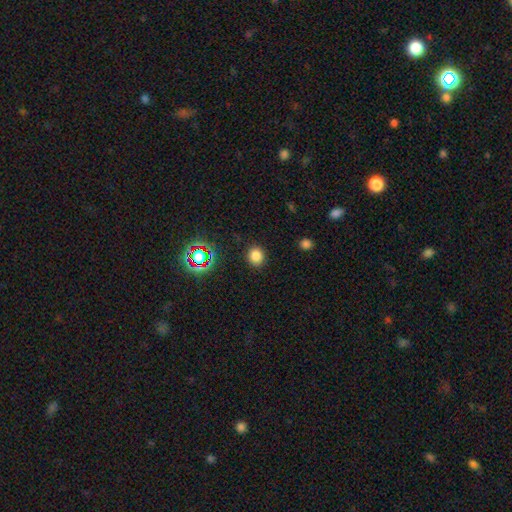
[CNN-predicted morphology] Smooth or featured? Predicted: smooth (p=0.79). How rounded? Predicted: round (p=0.78). Merging? Predicted: none (p=0.89).